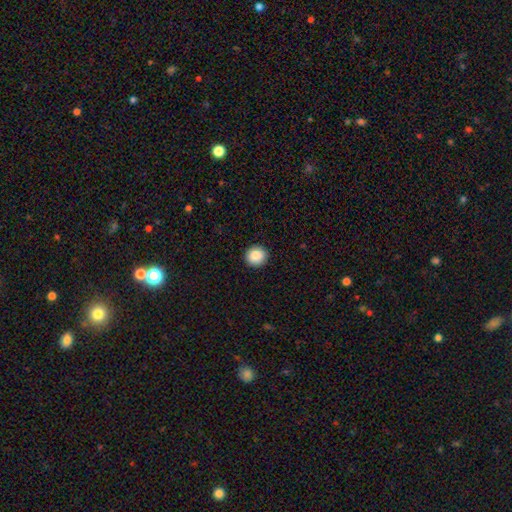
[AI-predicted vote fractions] Q: Smooth or featured?
A: smooth (88%); runner-up: star or artifact (8%)
Q: How rounded?
A: round (90%); runner-up: in between (10%)
Q: Merging?
A: none (93%); runner-up: minor disturbance (5%)